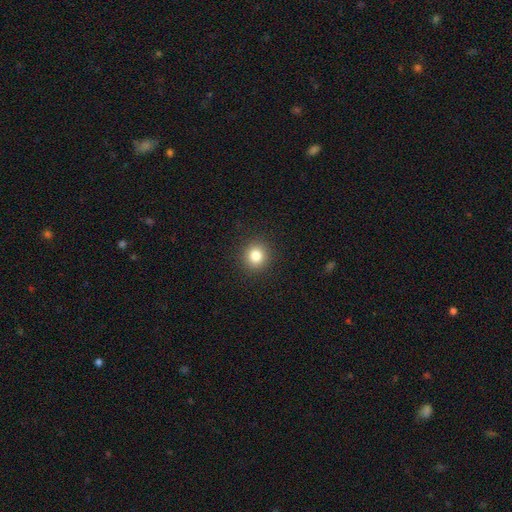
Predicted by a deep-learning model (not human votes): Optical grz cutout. It shows a smooth galaxy with no disk features (83%) that is round (90%). Merging: none (92%).